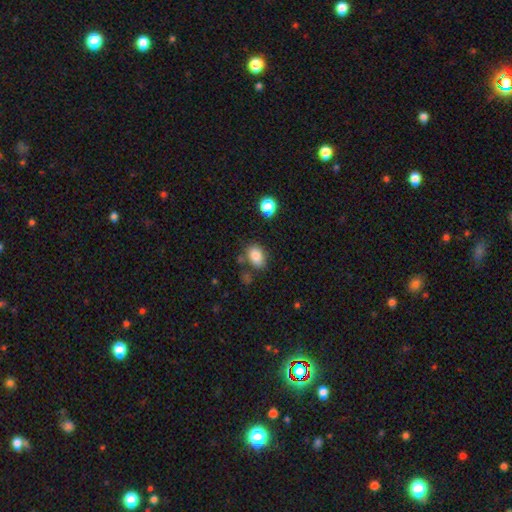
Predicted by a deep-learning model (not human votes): This appears to be a smooth galaxy with no disk features (85%) that is in between round and cigar-shaped (81%). Merging: none (69%).